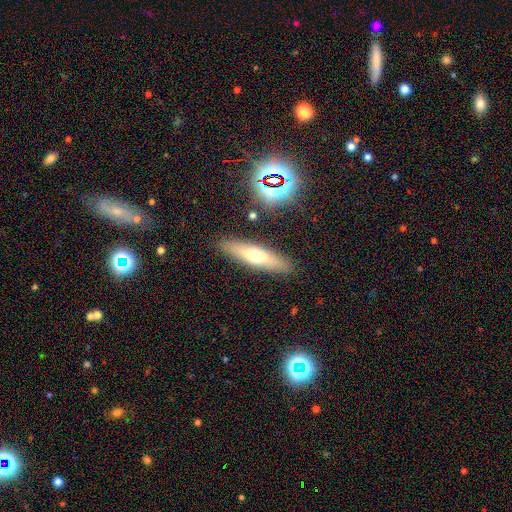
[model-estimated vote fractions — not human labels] Smooth or featured? smooth (54%)
How rounded? cigar-shaped (74%)
Merging? none (88%)